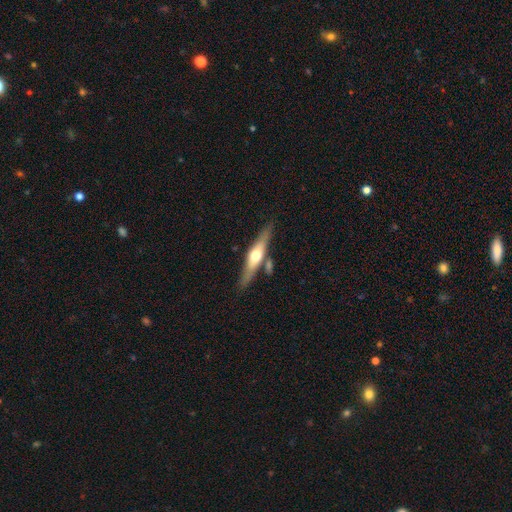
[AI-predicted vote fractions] A featured or disk galaxy (64%) viewed edge-on (94%) with a rounded central bulge (92%). Merging: none (77%).